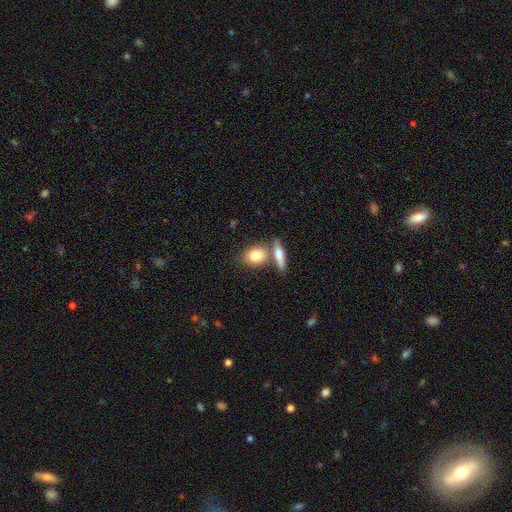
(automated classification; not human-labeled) Morphology: type=smooth (79%); roundness=in between (61%); merging=none (55%).